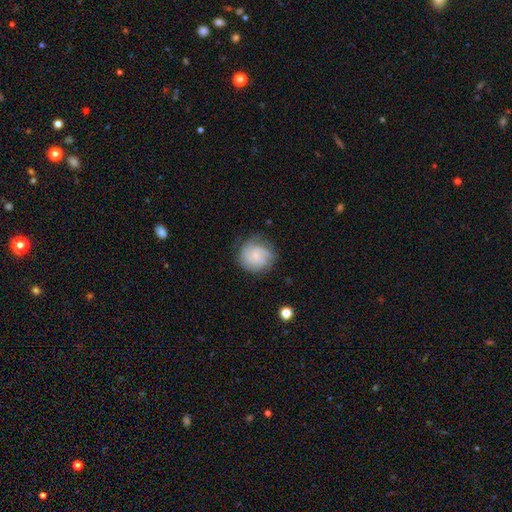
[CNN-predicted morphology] Smooth or featured: featured or disk — 49% (smooth — 43%)
Merging: none — 71% (minor disturbance — 20%)